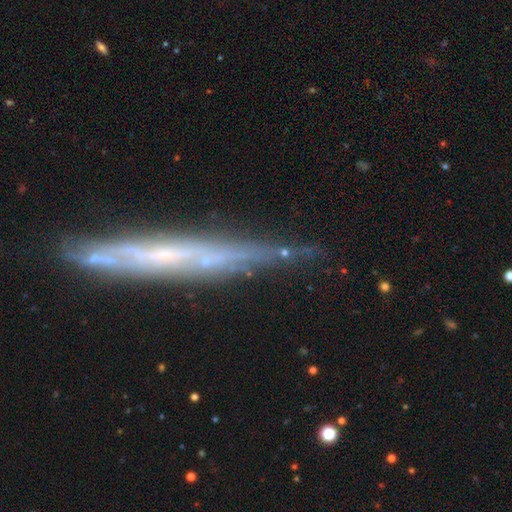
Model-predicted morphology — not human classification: Smooth or featured: featured or disk — 70% (smooth — 22%)
Edge-on disk: yes — 87% (no — 13%)
Edge-on bulge: none — 80% (rounded — 13%)
Merging: none — 74% (minor disturbance — 19%)